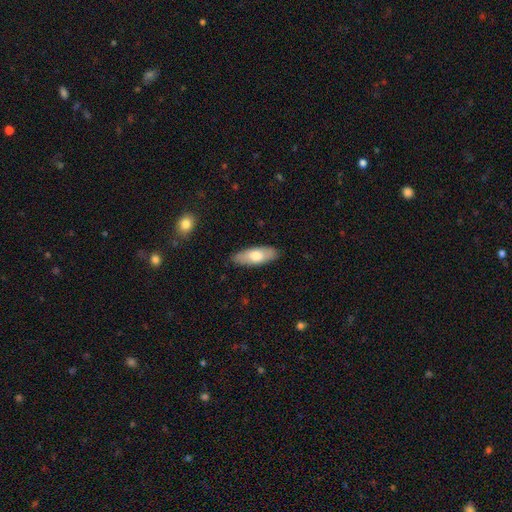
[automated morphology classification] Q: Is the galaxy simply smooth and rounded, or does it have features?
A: smooth — 69%.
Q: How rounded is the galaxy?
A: in between — 72%.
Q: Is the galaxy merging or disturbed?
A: none — 87%.